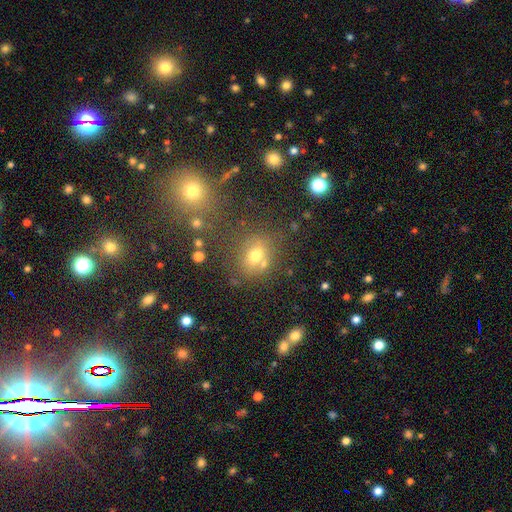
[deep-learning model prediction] Smooth or featured? smooth (66%)
How rounded? in between (50%)
Merging? none (61%)